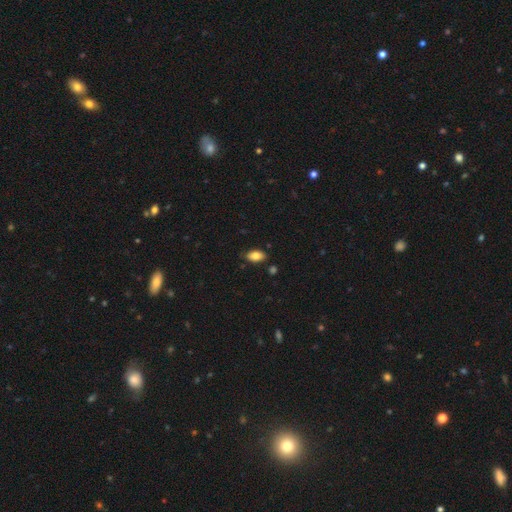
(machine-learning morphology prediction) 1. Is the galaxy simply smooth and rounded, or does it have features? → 80% smooth, 12% featured or disk, 7% star or artifact.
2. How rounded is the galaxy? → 93% in between, 4% round, 3% cigar-shaped.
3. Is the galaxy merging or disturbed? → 84% none, 12% minor disturbance, 2% major disturbance, 2% merger.